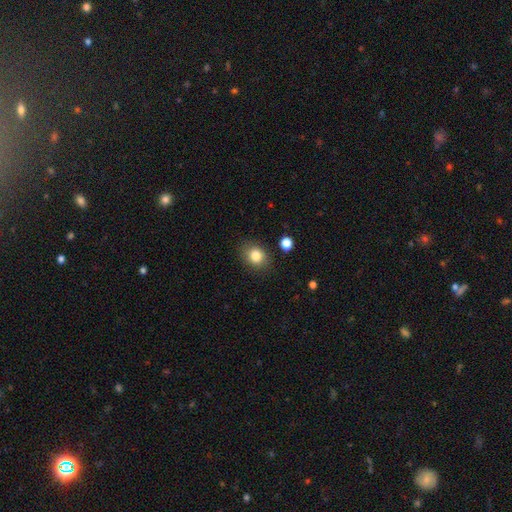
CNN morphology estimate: Q: Smooth or featured?
A: smooth (83%); runner-up: star or artifact (10%)
Q: How rounded?
A: in between (52%); runner-up: round (47%)
Q: Merging?
A: none (83%); runner-up: minor disturbance (11%)